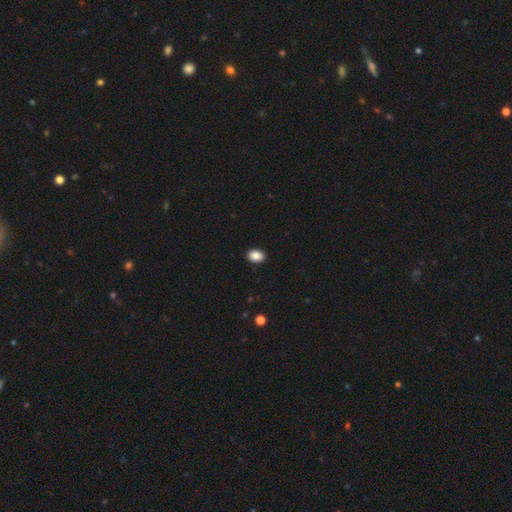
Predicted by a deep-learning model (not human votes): The model was most divided on "how rounded": in between: 74%, round: 25%, cigar-shaped: 1%. More confident: merging — none (91%); smooth or featured — smooth (88%).